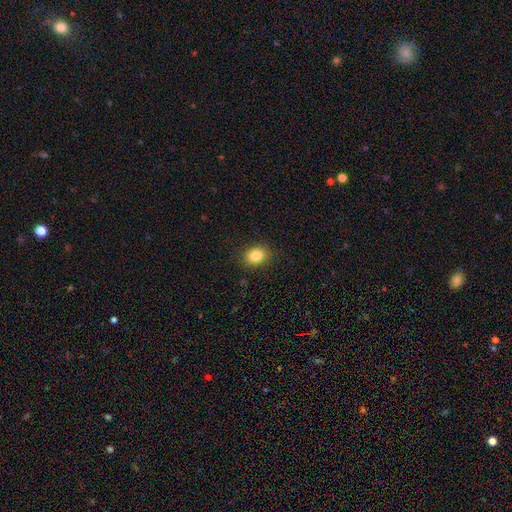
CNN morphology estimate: Overall: smooth (85%). How rounded: in between (60%; round 39%). Merging: none (87%).